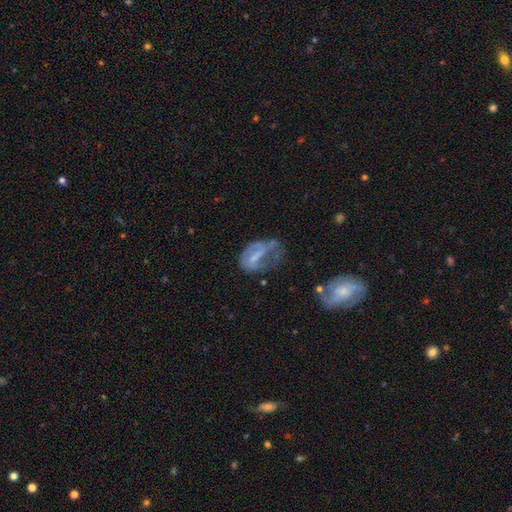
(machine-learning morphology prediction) The model was most divided on "spiral arms": yes: 52%, no: 48%. Remaining: edge-on disk — no (95%); smooth or featured — featured or disk (57%); bulge size — none (41%); bar — weak (41%); merging — major disturbance (39%).